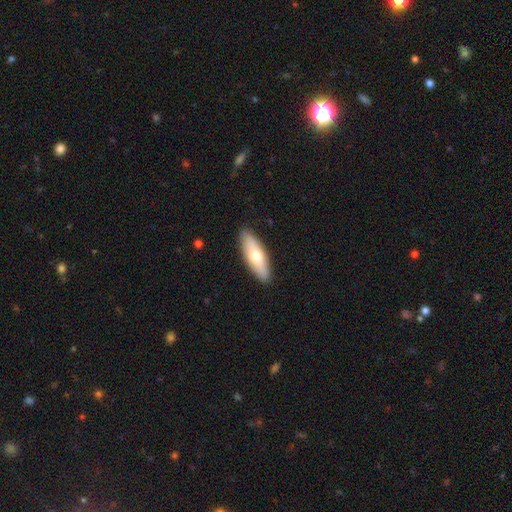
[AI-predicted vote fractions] Smooth or featured?
  - smooth: 64% *
  - featured or disk: 30%
  - star or artifact: 5%
How rounded?
  - in between: 57% *
  - cigar-shaped: 41%
  - round: 2%
Merging?
  - none: 88% *
  - minor disturbance: 9%
  - major disturbance: 2%
  - merger: 1%